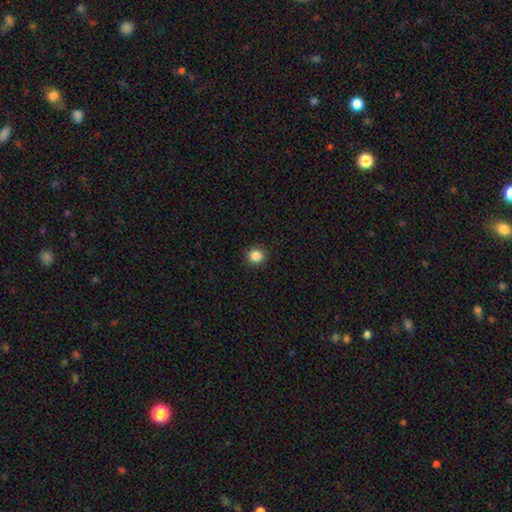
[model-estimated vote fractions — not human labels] smooth 86%, star or artifact 11%, featured or disk 4%. Down the decision tree: how rounded — round (91%); merging — none (91%).